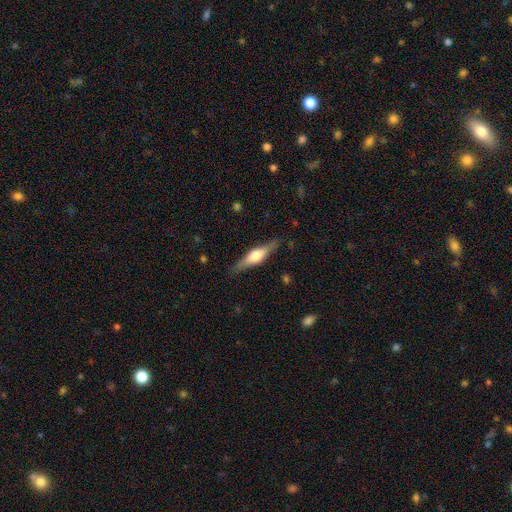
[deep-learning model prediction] A featured or disk galaxy (63%) viewed edge-on (95%) with a rounded central bulge (88%).

Vote fractions:
- Smooth or featured? featured or disk: 63% / smooth: 32% / star or artifact: 6%
- Edge-on disk? yes: 95% / no: 5%
- Edge-on bulge? rounded: 88% / boxy: 9% / none: 2%
- Merging? none: 86% / minor disturbance: 11% / major disturbance: 2% / merger: 1%